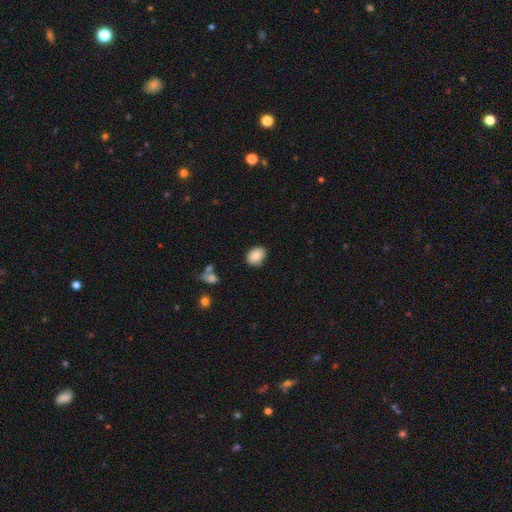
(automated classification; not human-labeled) smooth 85%, star or artifact 8%, featured or disk 7%. Down the decision tree: how rounded — in between (76%); merging — none (81%).